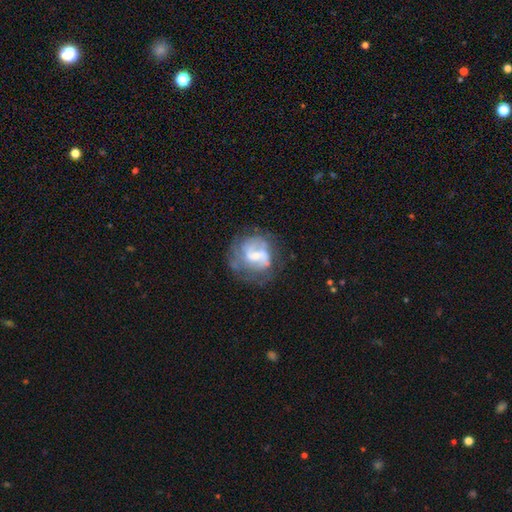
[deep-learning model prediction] Smooth or featured: featured or disk — 69% (smooth — 23%)
Edge-on disk: no — 98% (yes — 2%)
Bar: no — 45% (weak — 44%)
Spiral arms: yes — 74% (no — 26%)
Spiral winding: medium — 41% (tight — 32%)
Spiral arm count: 2 — 39% (can't tell — 36%)
Bulge size: small — 55% (moderate — 31%)
Merging: none — 53% (major disturbance — 22%)